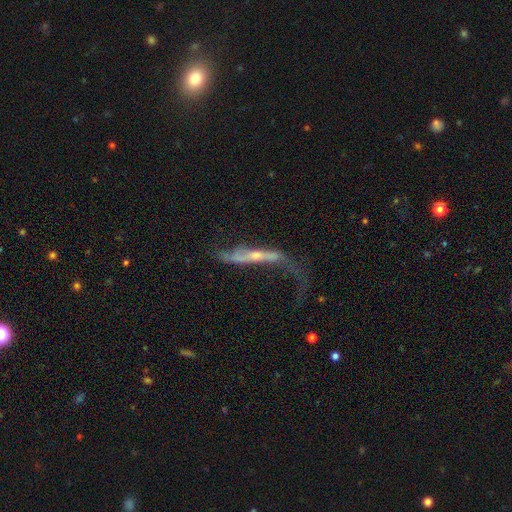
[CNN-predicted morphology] type=featured or disk (74%); edge-on=yes (52%); merging=major disturbance (46%).